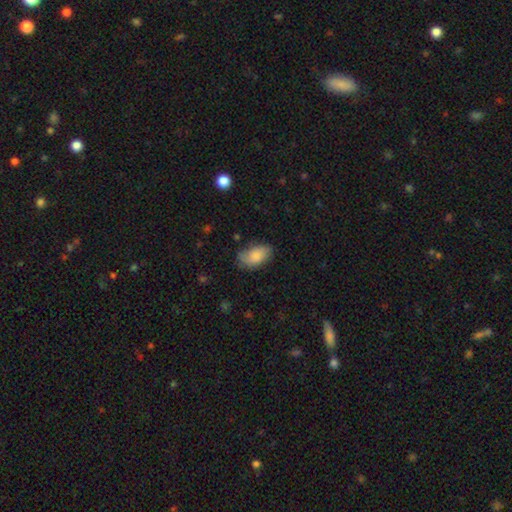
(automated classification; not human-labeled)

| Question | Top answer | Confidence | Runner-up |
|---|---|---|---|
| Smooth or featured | smooth | 78% | featured or disk (15%) |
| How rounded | in between | 93% | round (5%) |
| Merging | none | 63% | minor disturbance (27%) |